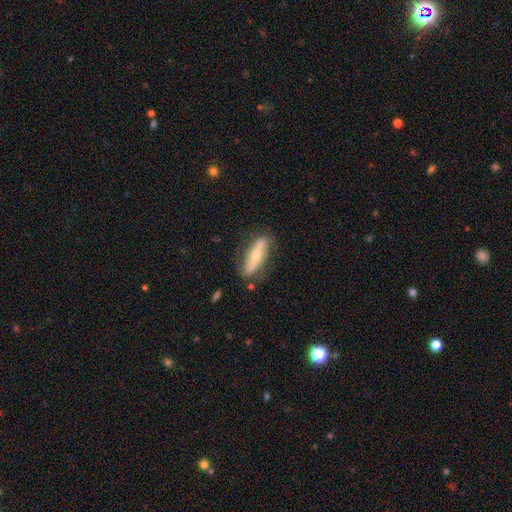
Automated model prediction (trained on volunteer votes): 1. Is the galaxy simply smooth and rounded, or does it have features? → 56% featured or disk, 38% smooth, 6% star or artifact.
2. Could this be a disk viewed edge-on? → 55% yes, 45% no.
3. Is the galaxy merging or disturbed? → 77% none, 15% minor disturbance, 5% major disturbance, 3% merger.